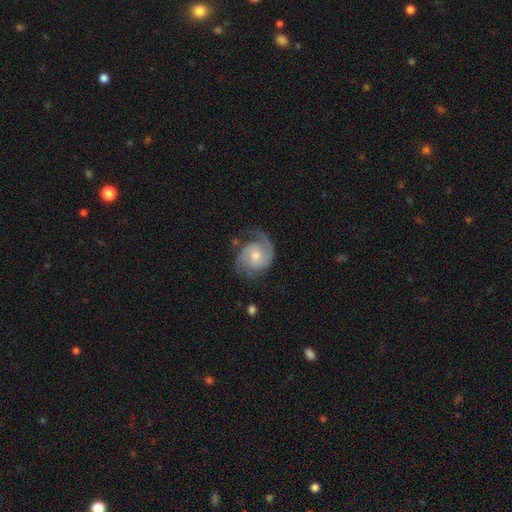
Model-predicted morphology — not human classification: This is clearly a featured or disk galaxy (82%). It is clearly not viewed edge-on (98%). Bar: likely no (64%). Spiral arm pattern: clearly yes (96%). Spiral arm count: likely 2 (68%). Spiral winding: marginally medium (44%). Central bulge: likely moderate (63%). Merging: likely none (61%).